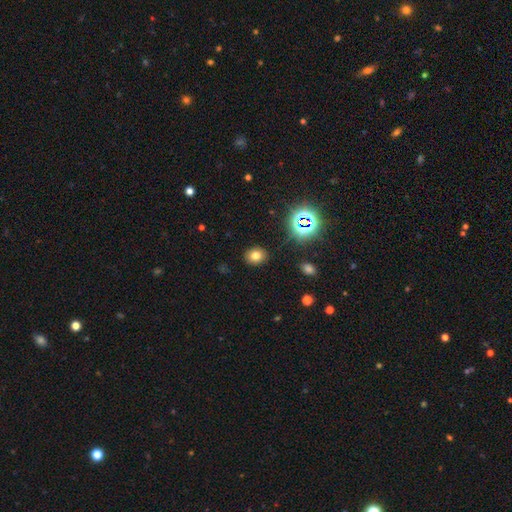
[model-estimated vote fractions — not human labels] Q: Smooth or featured?
A: smooth (72%); runner-up: star or artifact (19%)
Q: How rounded?
A: round (63%); runner-up: in between (36%)
Q: Merging?
A: none (88%); runner-up: minor disturbance (8%)